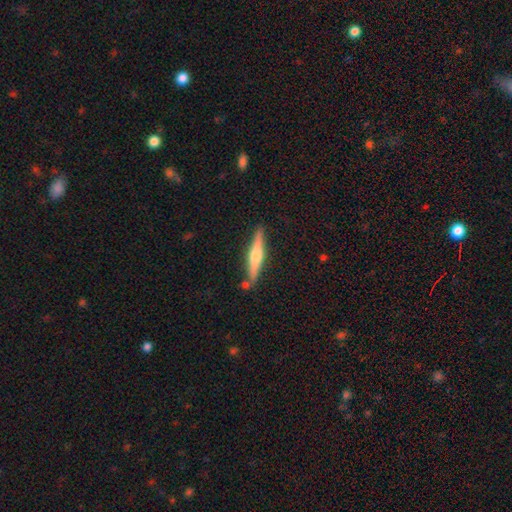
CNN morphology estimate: smooth_or_featured: featured or disk (p=0.63) [alt: smooth p=0.32]
disk_edge_on: yes (p=0.97) [alt: no p=0.03]
edge_on_bulge: rounded (p=0.88) [alt: boxy p=0.06]
merging: none (p=0.84) [alt: minor disturbance p=0.10]